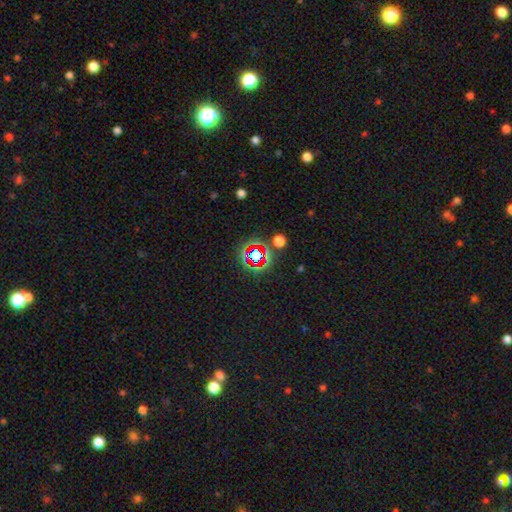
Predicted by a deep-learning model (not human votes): Smooth or featured? star or artifact (64%)